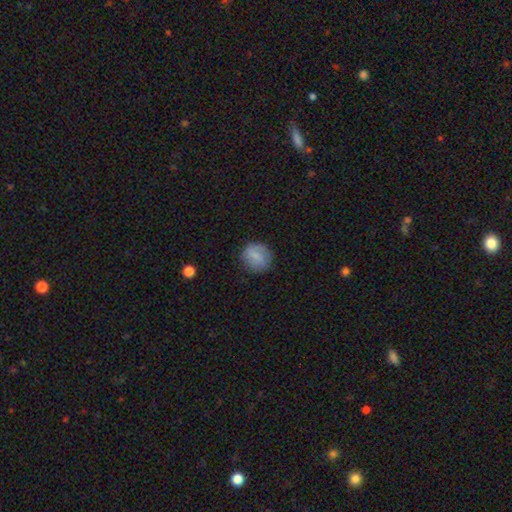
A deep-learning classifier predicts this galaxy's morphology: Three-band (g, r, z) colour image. It shows a smooth galaxy with no disk features (73%) that is round (79%). Merging: none (79%).